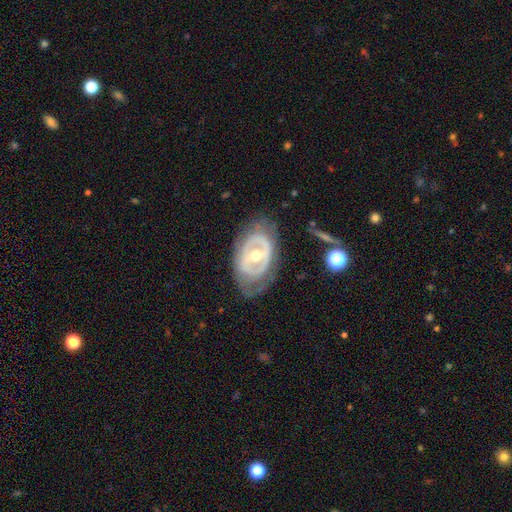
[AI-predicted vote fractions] Smooth or featured: featured or disk — 75% (smooth — 20%)
Edge-on disk: no — 93% (yes — 7%)
Bar: no — 41% (weak — 31%)
Spiral arms: no — 66% (yes — 34%)
Bulge size: moderate — 71% (small — 22%)
Merging: none — 64% (minor disturbance — 21%)